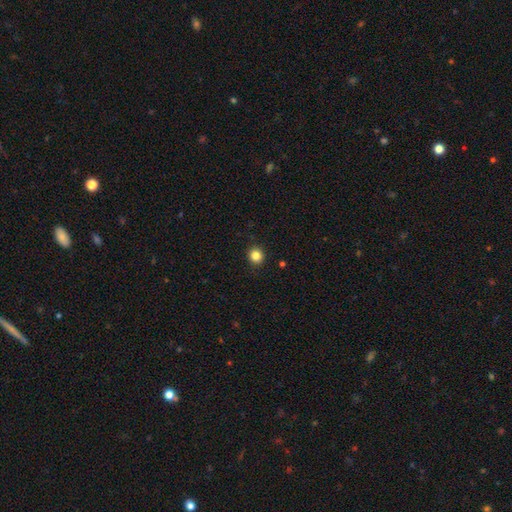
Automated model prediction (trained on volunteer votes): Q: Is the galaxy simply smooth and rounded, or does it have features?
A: smooth — 84%.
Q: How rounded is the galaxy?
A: round — 90%.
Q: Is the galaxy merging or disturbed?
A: none — 92%.